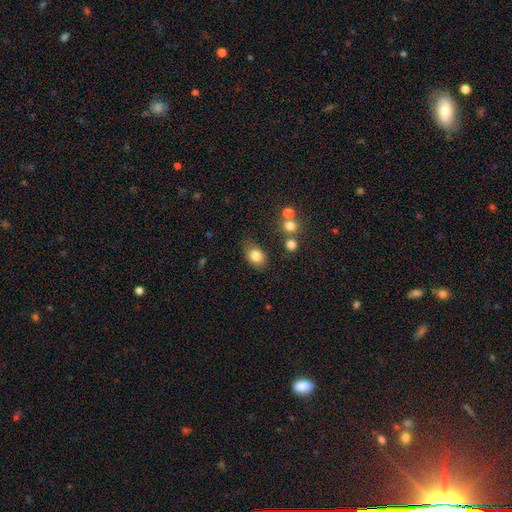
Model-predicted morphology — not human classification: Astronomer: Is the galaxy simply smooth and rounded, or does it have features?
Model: smooth — 82%.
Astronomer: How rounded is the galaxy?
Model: in between — 68%.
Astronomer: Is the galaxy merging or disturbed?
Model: none — 70%.